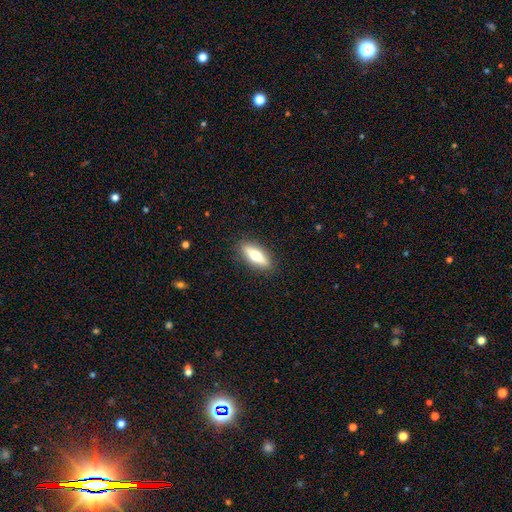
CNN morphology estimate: A smooth galaxy with no disk features (58%) that is in between round and cigar-shaped (53%). Merging: none (89%).